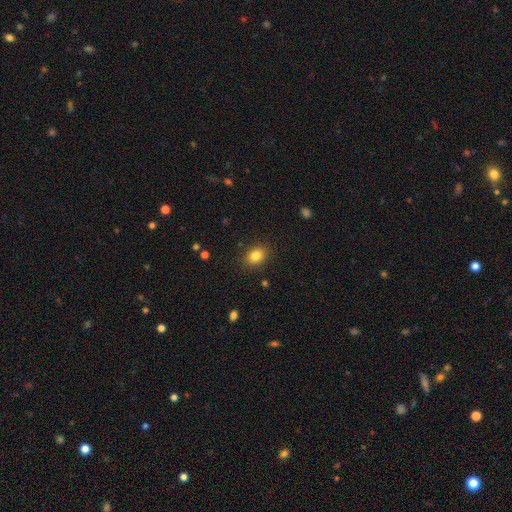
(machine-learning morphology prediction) The model was most divided on "how rounded": in between: 60%, round: 39%, cigar-shaped: 1%. More confident: merging — none (87%); smooth or featured — smooth (83%).